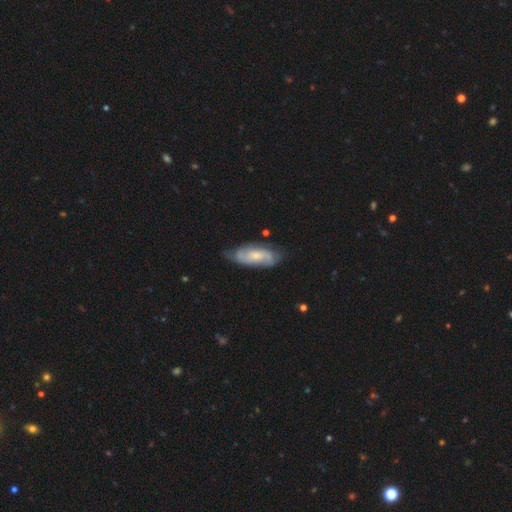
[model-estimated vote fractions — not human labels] Morphology: type=featured or disk (66%); edge-on=no (91%); bar=no (61%); spiral arms=yes (90%); winding=medium (43%); arm count=2 (57%); bulge=moderate (44%); merging=none (66%).